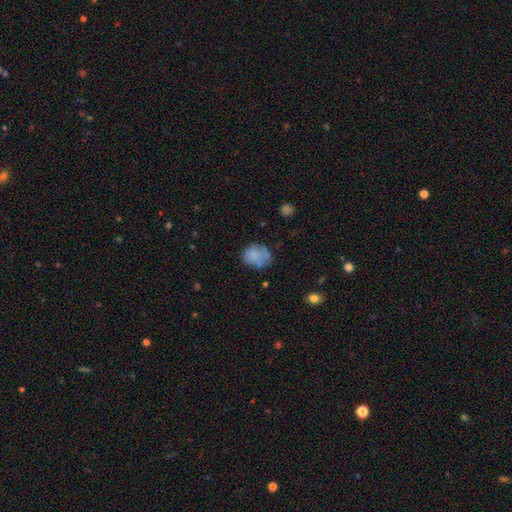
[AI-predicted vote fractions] smooth 73%, featured or disk 17%, star or artifact 9%. Down the decision tree: how rounded — round (57%); merging — none (53%).